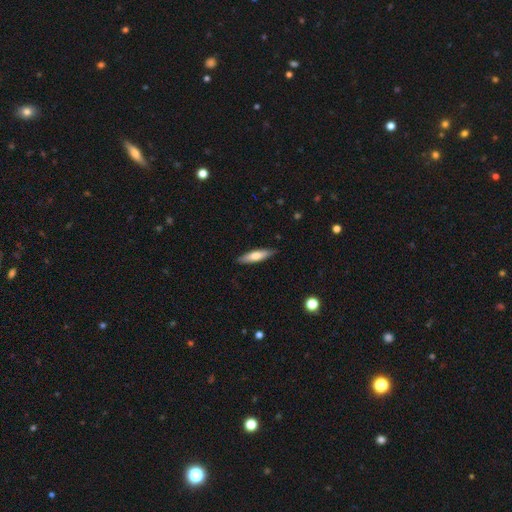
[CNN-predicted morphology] Q: Smooth or featured?
A: smooth (66%); runner-up: featured or disk (28%)
Q: How rounded?
A: cigar-shaped (73%); runner-up: in between (25%)
Q: Merging?
A: none (87%); runner-up: minor disturbance (10%)